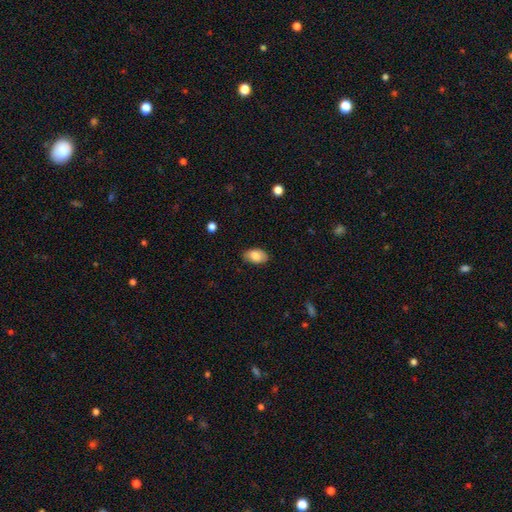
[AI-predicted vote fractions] smooth-or-featured: smooth: 85% | featured or disk: 9% | star or artifact: 7%
  how-rounded: in between: 92% | round: 6% | cigar-shaped: 1%
  merging: none: 83% | minor disturbance: 13% | major disturbance: 3% | merger: 1%